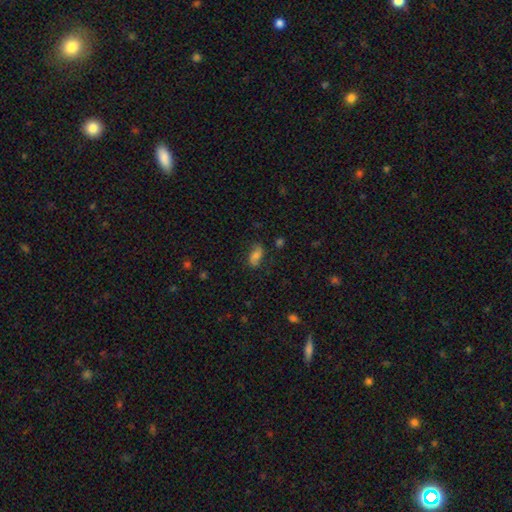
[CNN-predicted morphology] smooth-or-featured: smooth: 64% | featured or disk: 25% | star or artifact: 11%
  how-rounded: in between: 88% | round: 6% | cigar-shaped: 6%
  merging: none: 70% | minor disturbance: 21% | major disturbance: 7% | merger: 2%